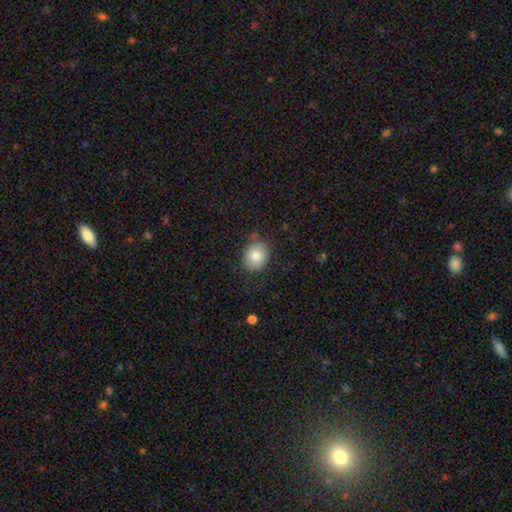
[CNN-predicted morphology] Smooth or featured? Predicted: smooth (p=0.79). How rounded? Predicted: round (p=0.55). Merging? Predicted: none (p=0.78).